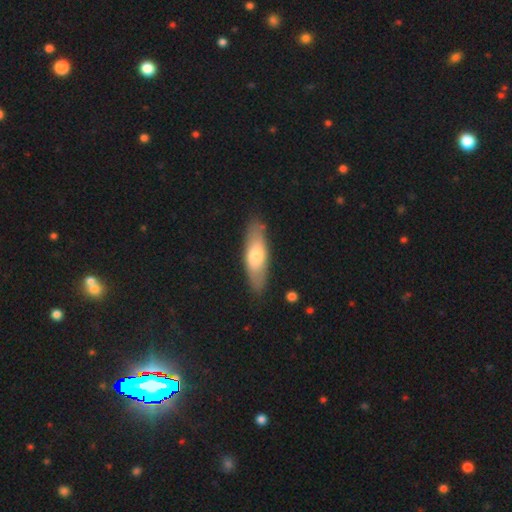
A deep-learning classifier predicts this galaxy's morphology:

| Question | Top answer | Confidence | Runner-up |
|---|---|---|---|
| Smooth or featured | smooth | 64% | featured or disk (30%) |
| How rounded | in between | 52% | cigar-shaped (46%) |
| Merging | none | 84% | minor disturbance (11%) |